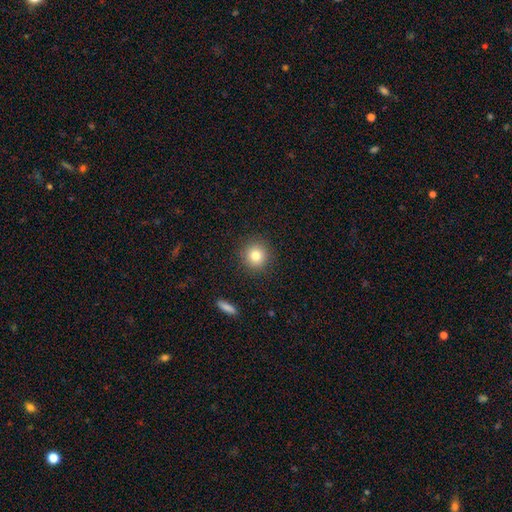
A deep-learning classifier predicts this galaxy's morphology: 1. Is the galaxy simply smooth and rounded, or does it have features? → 82% smooth, 11% star or artifact, 8% featured or disk.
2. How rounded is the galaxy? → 92% round, 7% in between, 1% cigar-shaped.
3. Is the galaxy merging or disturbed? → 90% none, 6% minor disturbance, 2% major disturbance, 1% merger.